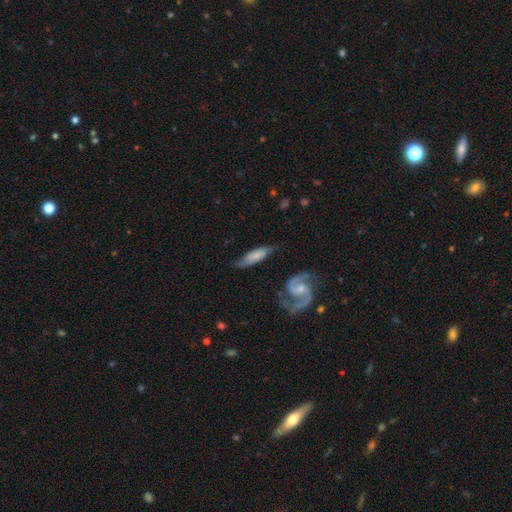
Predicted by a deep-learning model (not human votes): This is possibly a featured or disk galaxy (49%). Merging: likely none (61%).